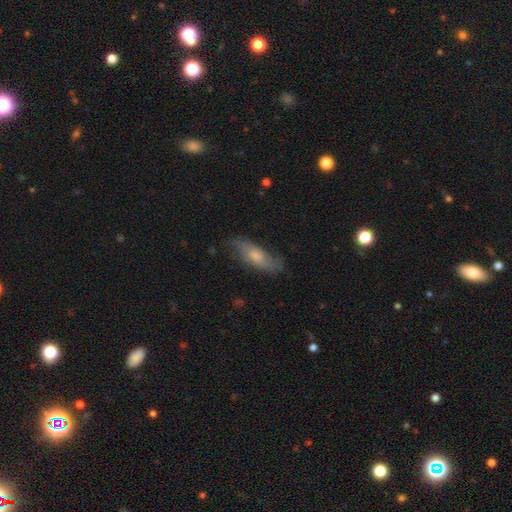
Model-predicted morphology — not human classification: Smooth or featured? featured or disk (50%)
Edge-on disk? no (72%)
Merging? none (69%)